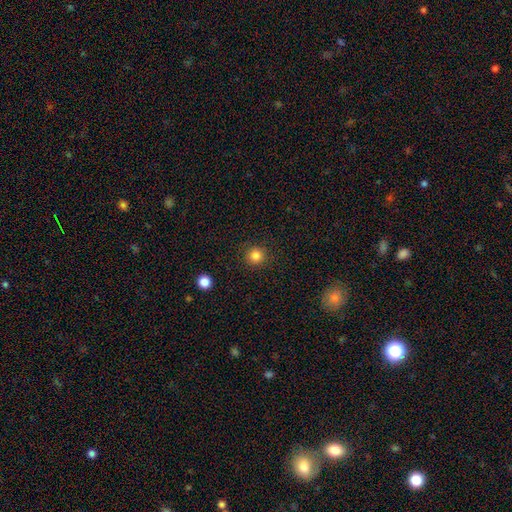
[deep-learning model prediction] Q: Smooth or featured?
A: smooth (83%); runner-up: star or artifact (12%)
Q: How rounded?
A: round (94%); runner-up: in between (5%)
Q: Merging?
A: none (90%); runner-up: minor disturbance (6%)